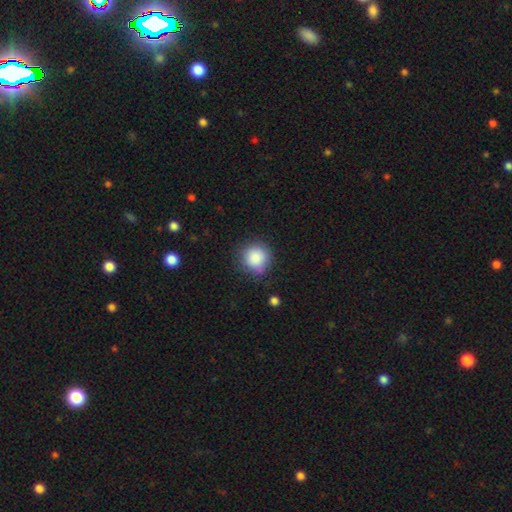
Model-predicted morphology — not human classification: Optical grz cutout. It shows a smooth galaxy with no disk features (86%) that is round (91%). Merging: none (77%).